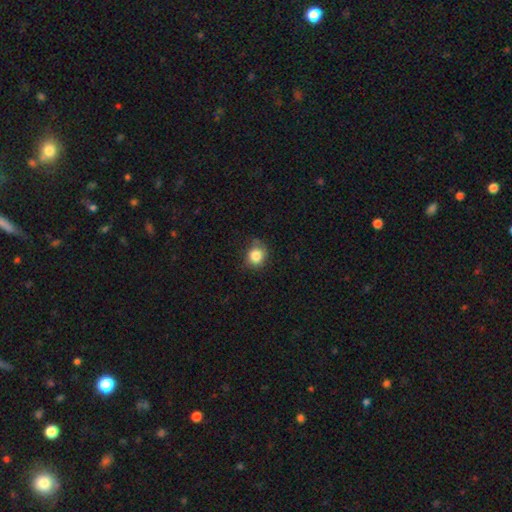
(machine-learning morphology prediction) This is clearly a smooth galaxy (84%). How rounded: likely round (75%). Merging: likely none (68%).